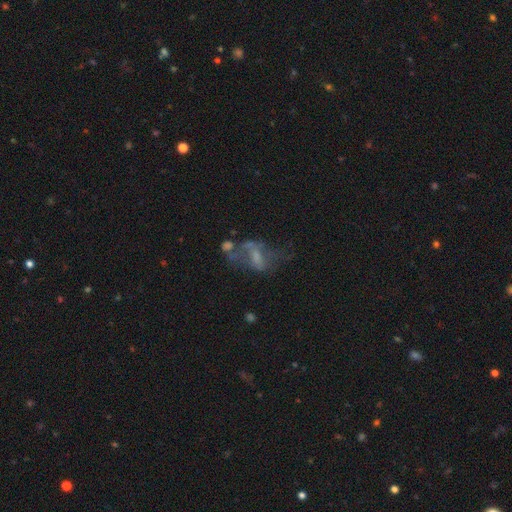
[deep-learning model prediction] Morphology: type=featured or disk (57%); edge-on=no (95%); bar=no (55%); spiral arms=no (63%); bulge=small (35%); merging=major disturbance (37%).